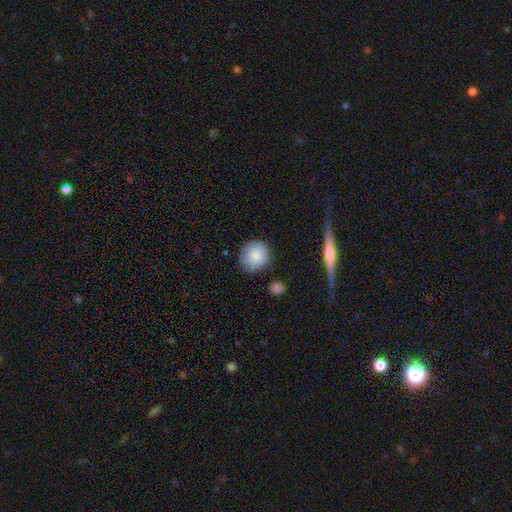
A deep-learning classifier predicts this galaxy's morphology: This is clearly a smooth galaxy (86%). How rounded: clearly round (87%). Merging: clearly none (83%).